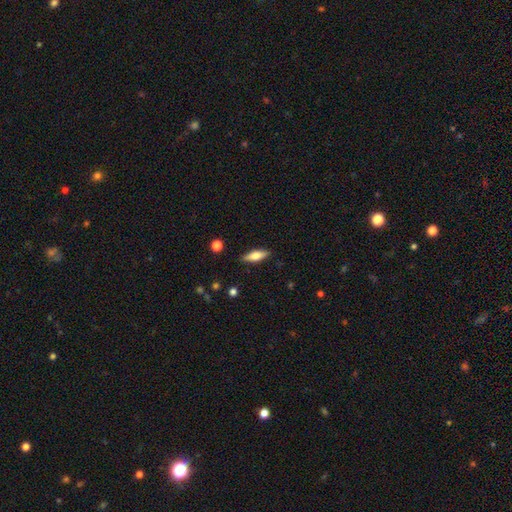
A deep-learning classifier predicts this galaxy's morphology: type=smooth (63%); roundness=in between (55%); merging=none (87%).